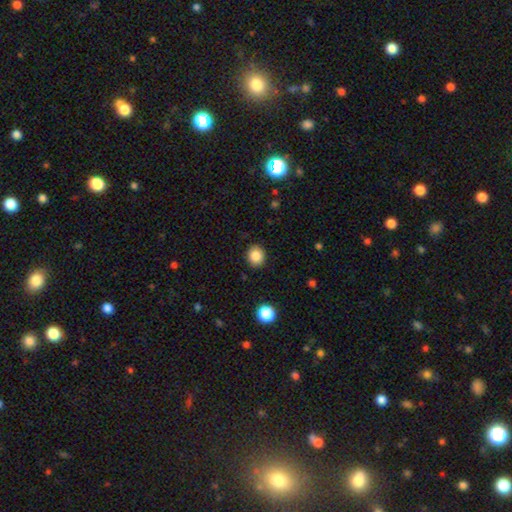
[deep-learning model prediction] The model was most divided on "how rounded": round: 75%, in between: 25%, cigar-shaped: 1%. More confident: merging — none (90%); smooth or featured — smooth (86%).